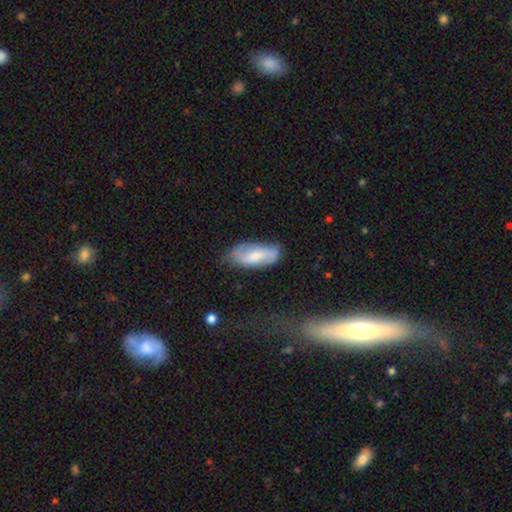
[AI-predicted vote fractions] Smooth or featured? Predicted: smooth (p=0.49). Merging? Predicted: none (p=0.62).